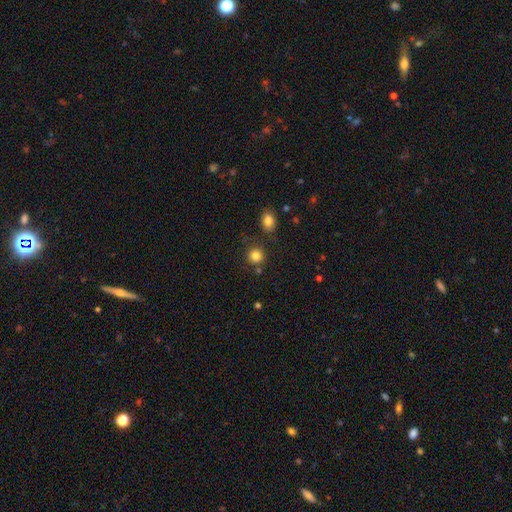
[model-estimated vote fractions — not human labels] smooth 83%, star or artifact 12%, featured or disk 5%. Down the decision tree: how rounded — round (91%); merging — none (81%).